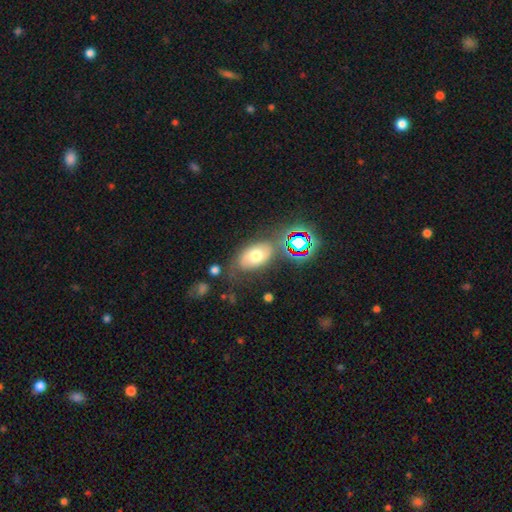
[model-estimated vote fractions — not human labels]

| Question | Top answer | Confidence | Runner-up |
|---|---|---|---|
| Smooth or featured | smooth | 56% | featured or disk (27%) |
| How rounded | in between | 87% | round (11%) |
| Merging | none | 64% | minor disturbance (19%) |